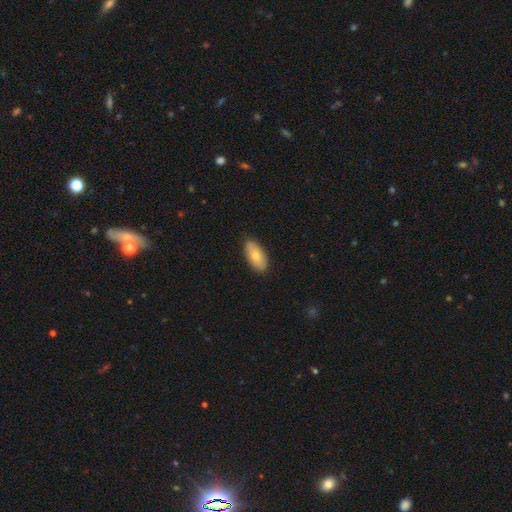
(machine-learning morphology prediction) Smooth or featured? smooth (73%)
How rounded? in between (91%)
Merging? none (87%)